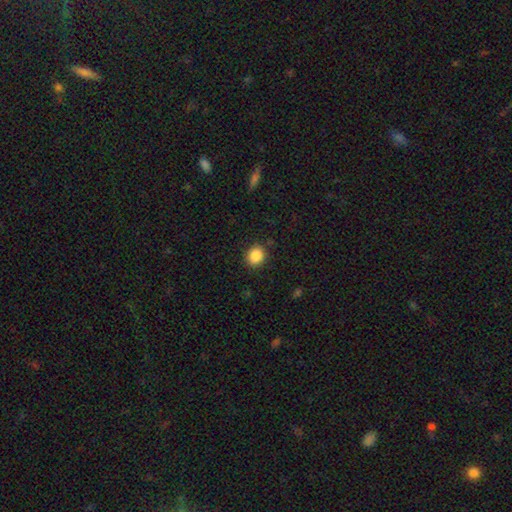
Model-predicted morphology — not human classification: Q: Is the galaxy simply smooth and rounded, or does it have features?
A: smooth — 88%.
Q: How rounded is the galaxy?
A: round — 73%.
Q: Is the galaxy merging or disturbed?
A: none — 87%.